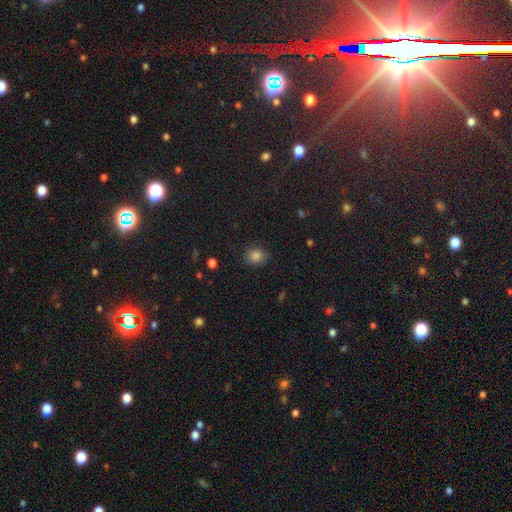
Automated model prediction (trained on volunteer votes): smooth_or_featured: smooth (p=0.82) [alt: star or artifact p=0.13]
how_rounded: round (p=0.66) [alt: in between p=0.33]
merging: none (p=0.85) [alt: minor disturbance p=0.11]